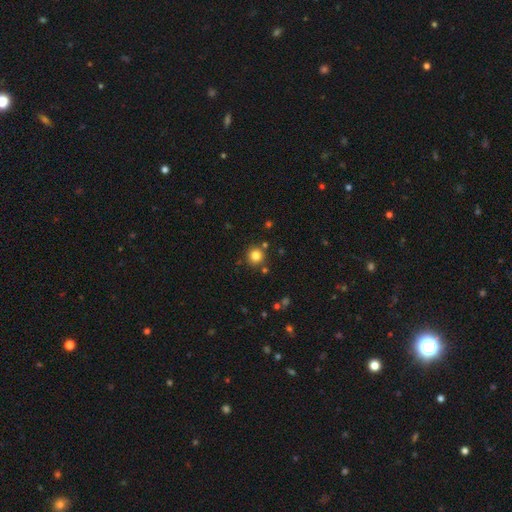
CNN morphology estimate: Overall: smooth (82%). How rounded: round (94%). Merging: none (85%).